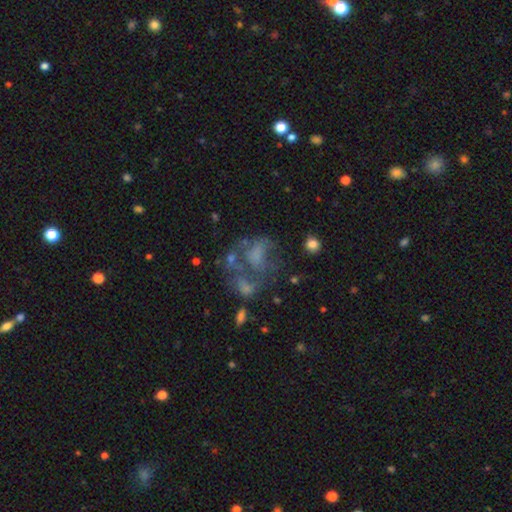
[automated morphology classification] Overall: featured or disk (51%; smooth 28%). Edge-on disk: no (97%). Bar: no (82%). Spiral arms: no (75%). Bulge size: none (66%). Merging: major disturbance (35%; none 29%).